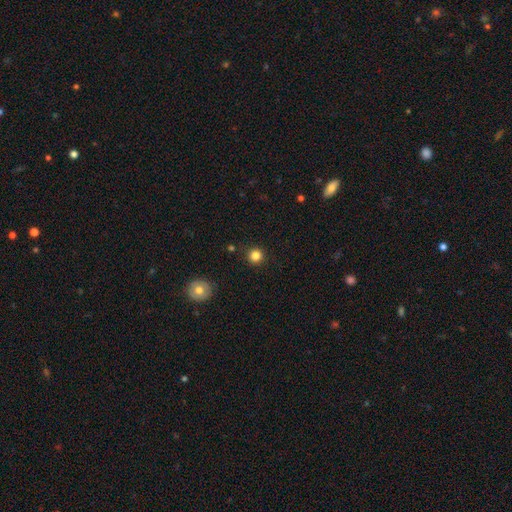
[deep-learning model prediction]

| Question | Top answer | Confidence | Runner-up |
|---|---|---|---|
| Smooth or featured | smooth | 83% | star or artifact (12%) |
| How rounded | round | 95% | in between (5%) |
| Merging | none | 91% | minor disturbance (5%) |